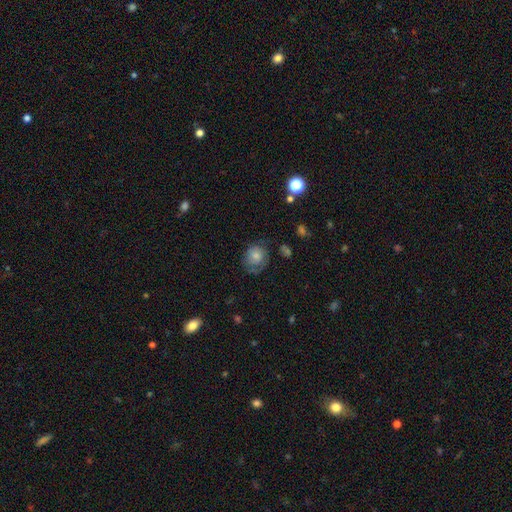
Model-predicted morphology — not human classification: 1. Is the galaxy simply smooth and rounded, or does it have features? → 69% smooth, 22% featured or disk, 9% star or artifact.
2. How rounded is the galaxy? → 70% round, 29% in between, 1% cigar-shaped.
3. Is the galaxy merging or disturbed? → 57% none, 27% minor disturbance, 15% major disturbance, 2% merger.